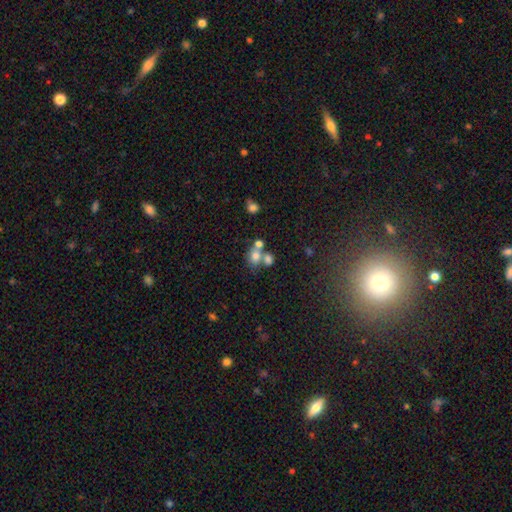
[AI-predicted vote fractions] smooth_or_featured: smooth (p=0.71) [alt: featured or disk p=0.15]
how_rounded: round (p=0.60) [alt: in between p=0.39]
merging: merger (p=0.48) [alt: none p=0.37]